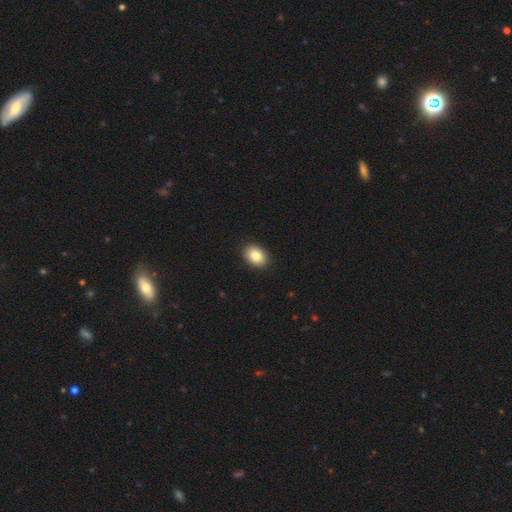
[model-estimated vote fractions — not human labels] Smooth or featured? smooth (86%)
How rounded? in between (77%)
Merging? none (91%)